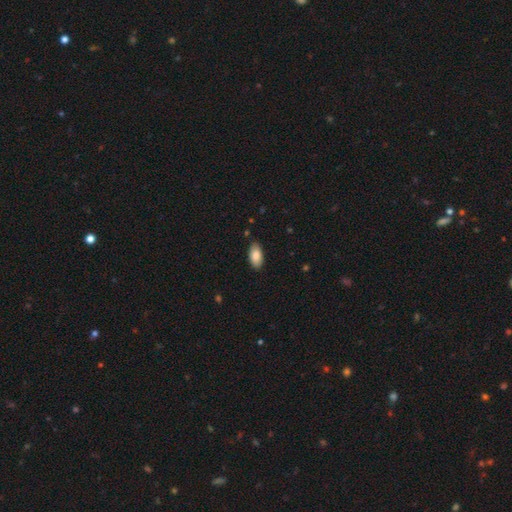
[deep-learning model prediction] Overall: smooth (87%). How rounded: in between (94%). Merging: none (85%).